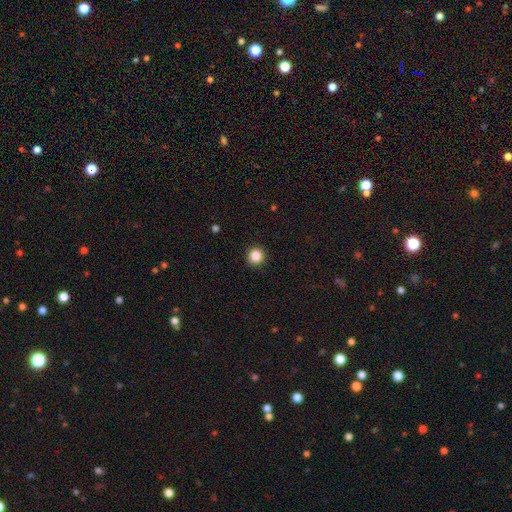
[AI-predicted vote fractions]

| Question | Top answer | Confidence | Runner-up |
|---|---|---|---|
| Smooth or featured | smooth | 86% | star or artifact (11%) |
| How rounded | round | 95% | in between (4%) |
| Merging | none | 93% | minor disturbance (5%) |